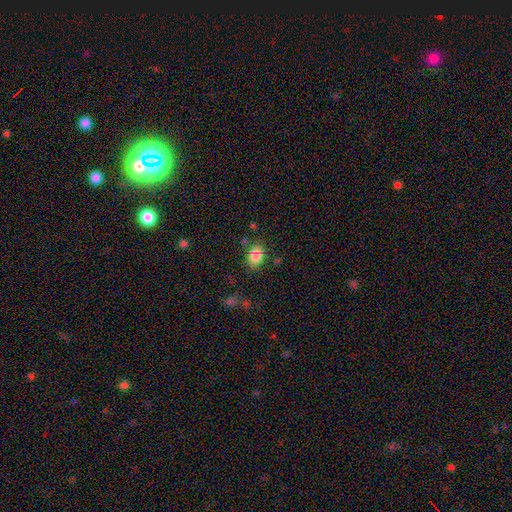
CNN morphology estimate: smooth 82%, star or artifact 9%, featured or disk 8%. Down the decision tree: how rounded — in between (75%); merging — none (76%).